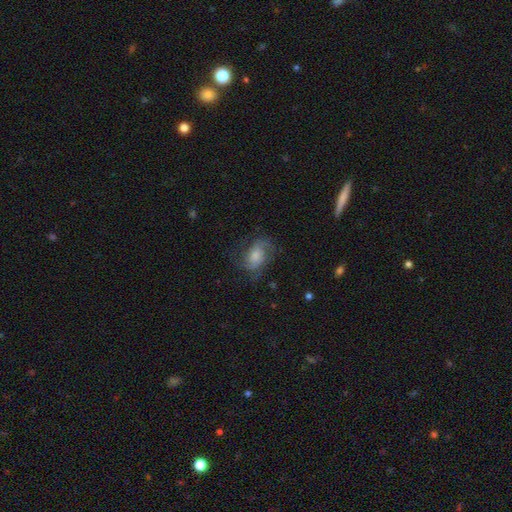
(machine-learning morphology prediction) A featured or disk galaxy (63%) with no bar (65%), 2 (63%) medium (48%) spiral arms (90%) and a moderate central bulge (43%).

Vote fractions:
- Smooth or featured? featured or disk: 63% / smooth: 26% / star or artifact: 11%
- Edge-on disk? no: 96% / yes: 4%
- Bar? no: 65% / weak: 29% / strong: 6%
- Spiral arms? yes: 90% / no: 10%
- Spiral winding? medium: 48% / tight: 28% / loose: 24%
- Spiral arm count? 2: 63% / can't tell: 18% / 3: 9% / 1: 4% / 4: 3% / more than 4: 3%
- Bulge size? moderate: 43% / small: 28% / large: 17% / none: 9% / dominant: 3%
- Merging? none: 67% / minor disturbance: 19% / major disturbance: 13% / merger: 1%